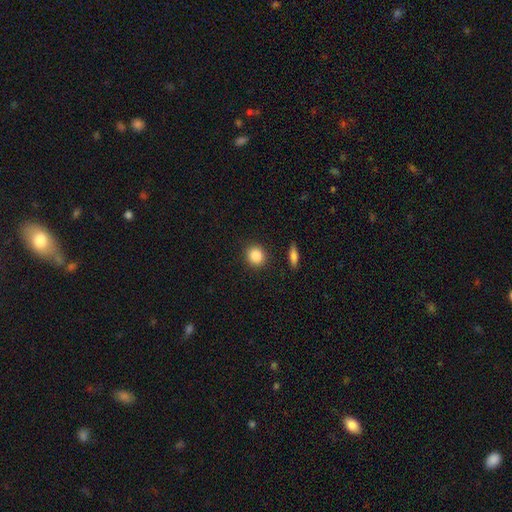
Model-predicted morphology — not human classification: Smooth or featured?
  - smooth: 86% *
  - star or artifact: 8%
  - featured or disk: 5%
How rounded?
  - round: 84% *
  - in between: 15%
  - cigar-shaped: 1%
Merging?
  - none: 89% *
  - minor disturbance: 7%
  - merger: 2%
  - major disturbance: 2%